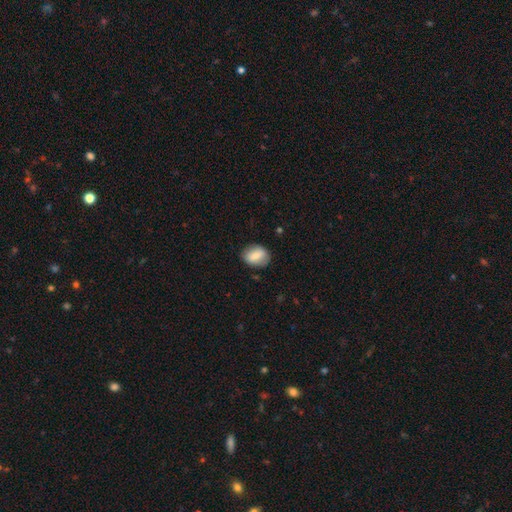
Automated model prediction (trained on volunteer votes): A smooth galaxy with no disk features (73%) that is in between round and cigar-shaped (63%).

Vote fractions:
- Smooth or featured? smooth: 73% / featured or disk: 19% / star or artifact: 7%
- How rounded? in between: 63% / round: 35% / cigar-shaped: 2%
- Merging? none: 81% / minor disturbance: 14% / major disturbance: 4% / merger: 1%